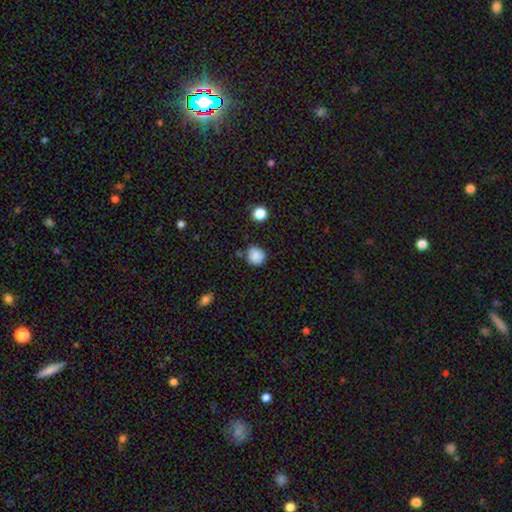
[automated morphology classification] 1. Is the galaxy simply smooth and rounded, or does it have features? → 86% smooth, 10% star or artifact, 4% featured or disk.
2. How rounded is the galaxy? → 86% round, 13% in between, 1% cigar-shaped.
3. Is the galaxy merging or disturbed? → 73% none, 18% minor disturbance, 5% merger, 4% major disturbance.